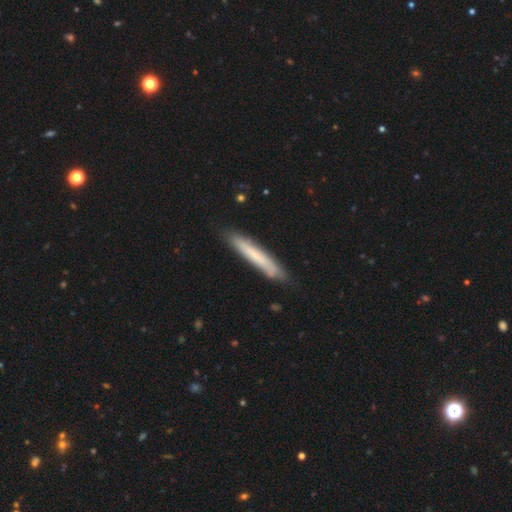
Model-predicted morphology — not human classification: smooth_or_featured: smooth (p=0.61) [alt: featured or disk p=0.34]
how_rounded: cigar-shaped (p=0.94) [alt: in between p=0.05]
merging: none (p=0.81) [alt: minor disturbance p=0.15]